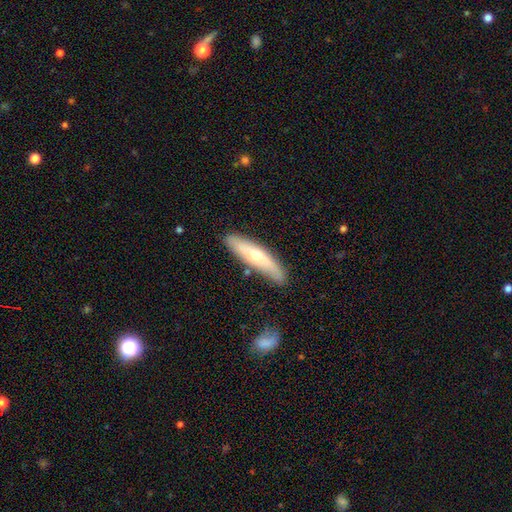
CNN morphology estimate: A smooth galaxy with no disk features (48%). Merging: none (79%).